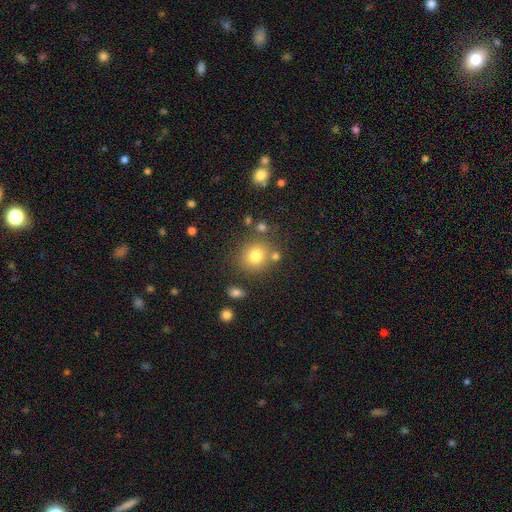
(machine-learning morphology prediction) Smooth or featured? smooth (78%)
How rounded? round (84%)
Merging? none (77%)